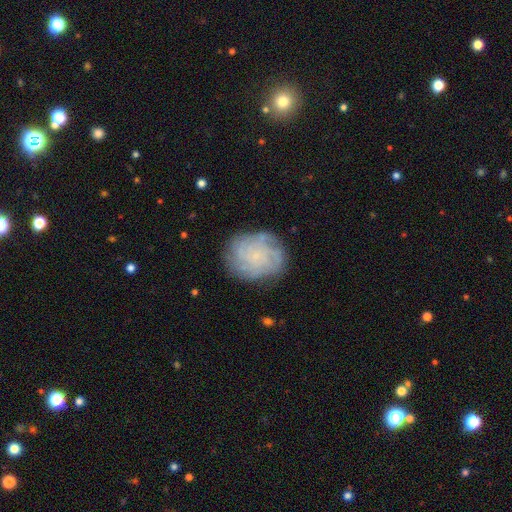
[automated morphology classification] The model was most divided on "spiral arm count": can't tell: 33%, 4: 24%, more than 4: 15%, 3: 12%, 2: 9%, 1: 7%. More confident: edge-on disk — no (98%); spiral arms — yes (94%); bar — no (80%); merging — none (80%); bulge size — small (77%); smooth or featured — featured or disk (73%); spiral winding — tight (71%).